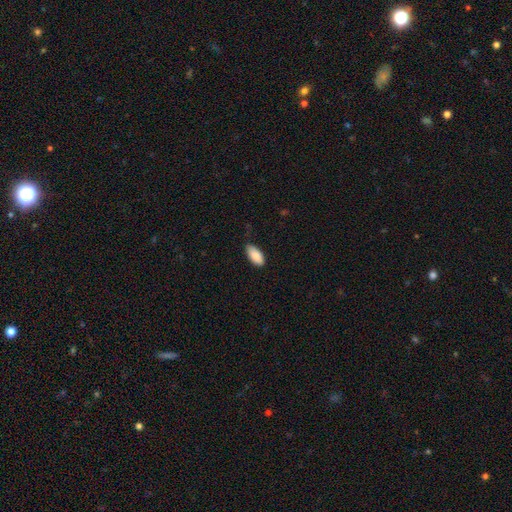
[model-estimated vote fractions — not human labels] This is clearly a smooth galaxy (88%). How rounded: clearly in between (92%). Merging: likely none (72%).